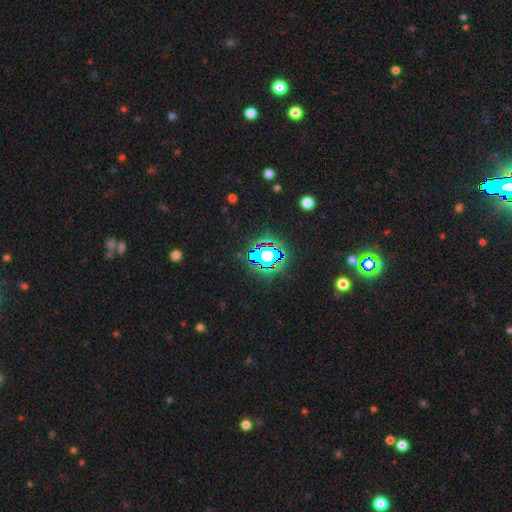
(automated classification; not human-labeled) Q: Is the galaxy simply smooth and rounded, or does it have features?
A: star or artifact — 81%.